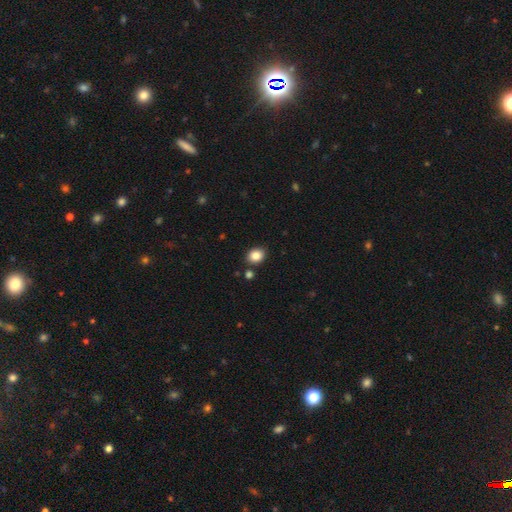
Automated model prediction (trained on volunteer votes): This appears to be a smooth galaxy with no disk features (86%) that is round (56%). Merging: none (84%).